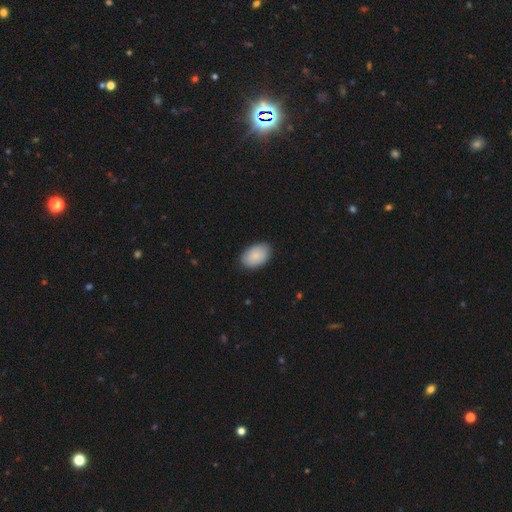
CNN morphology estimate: smooth 87%, featured or disk 7%, star or artifact 6%. Down the decision tree: how rounded — in between (91%); merging — none (85%).